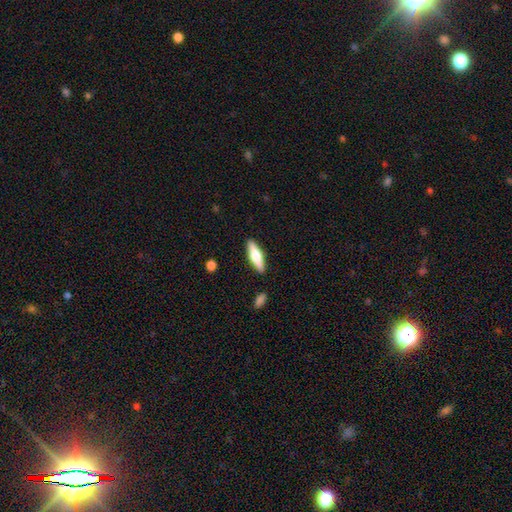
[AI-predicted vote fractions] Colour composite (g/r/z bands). It shows a smooth galaxy with no disk features (52%) that is cigar-shaped (61%). Merging: none (88%).